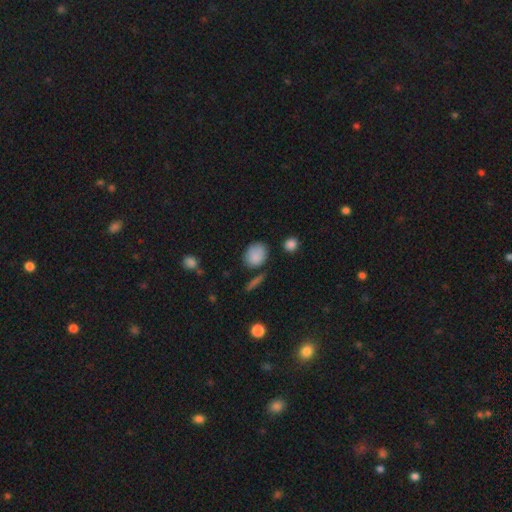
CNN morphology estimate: A smooth galaxy with no disk features (84%) that is in between round and cigar-shaped (50%).

Vote fractions:
- Smooth or featured? smooth: 84% / star or artifact: 9% / featured or disk: 7%
- How rounded? in between: 50% / round: 48% / cigar-shaped: 2%
- Merging? none: 69% / minor disturbance: 19% / merger: 7% / major disturbance: 5%